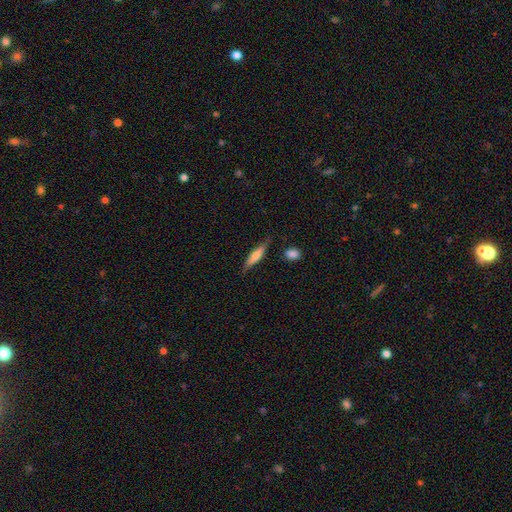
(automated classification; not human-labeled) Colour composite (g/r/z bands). It shows a smooth galaxy with no disk features (58%) that is cigar-shaped (77%). Merging: none (76%).